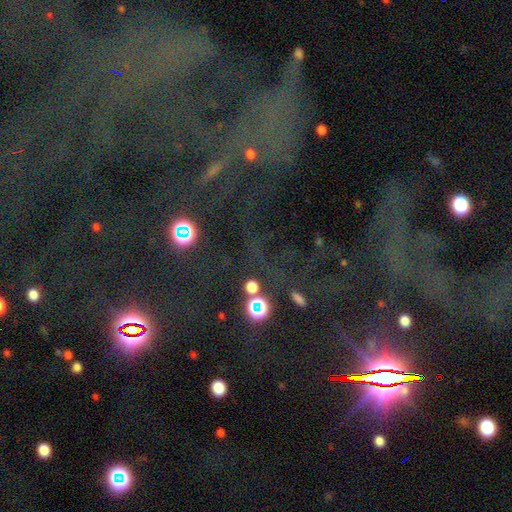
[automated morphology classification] This appears to be a star or artifact, not a galaxy (79%).